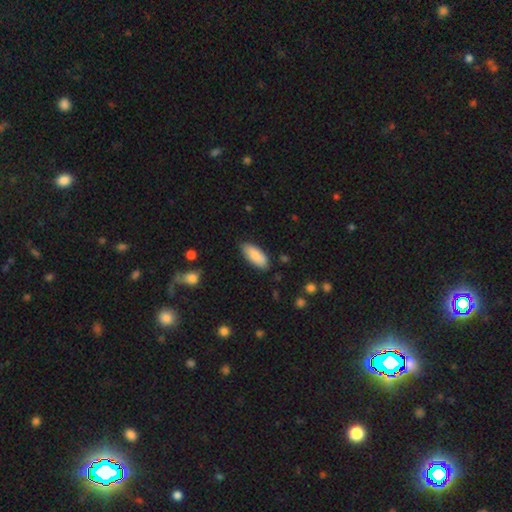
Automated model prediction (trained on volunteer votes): The model was most divided on "how rounded": in between: 82%, cigar-shaped: 17%, round: 2%. More confident: smooth or featured — smooth (87%); merging — none (84%).